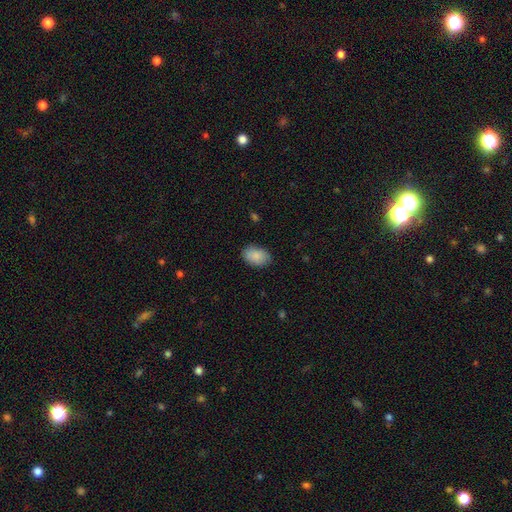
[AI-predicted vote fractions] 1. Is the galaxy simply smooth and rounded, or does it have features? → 88% smooth, 7% star or artifact, 5% featured or disk.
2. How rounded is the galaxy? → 89% in between, 10% round, 1% cigar-shaped.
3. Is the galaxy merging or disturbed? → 84% none, 12% minor disturbance, 3% major disturbance, 1% merger.